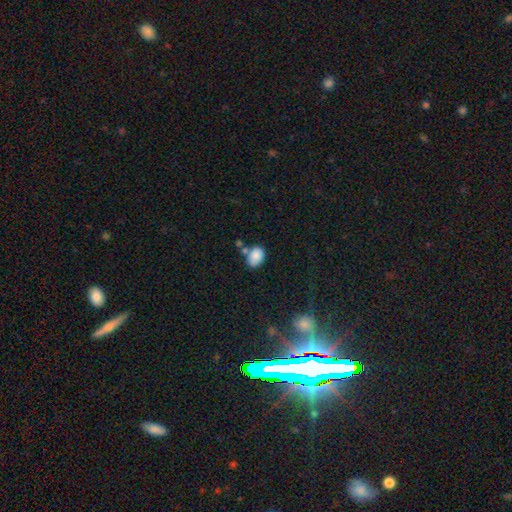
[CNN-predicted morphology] Smooth or featured? Predicted: smooth (p=0.85). How rounded? Predicted: in between (p=0.76). Merging? Predicted: none (p=0.59).